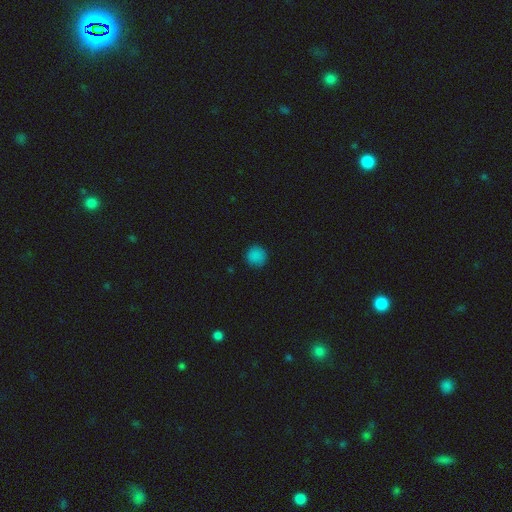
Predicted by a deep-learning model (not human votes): Smooth or featured: smooth — 84% (star or artifact — 13%)
How rounded: round — 94% (in between — 5%)
Merging: none — 90% (minor disturbance — 7%)